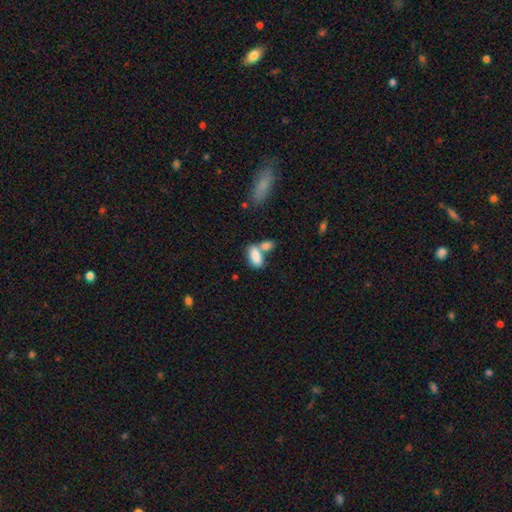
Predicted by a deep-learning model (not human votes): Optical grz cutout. It shows a smooth galaxy with no disk features (83%) that is in between round and cigar-shaped (90%). Merging: merger (48%).